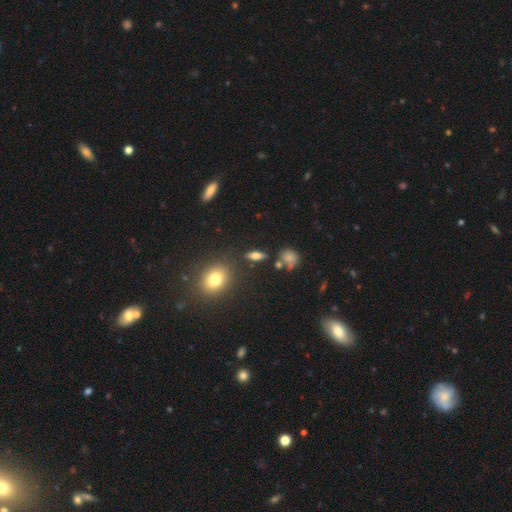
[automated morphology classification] This appears to be a smooth galaxy with no disk features (64%) that is in between round and cigar-shaped (55%). Merging: none (79%).